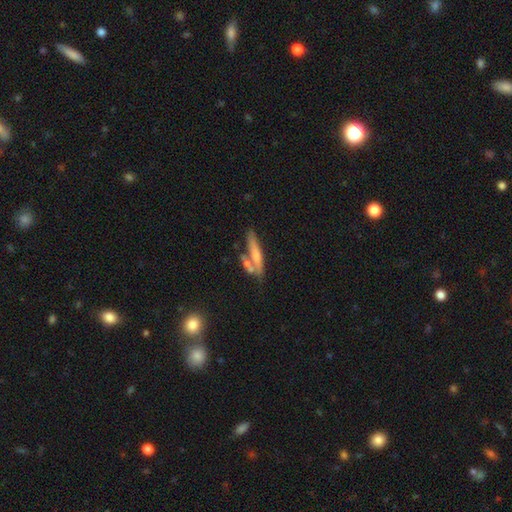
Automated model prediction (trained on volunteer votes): Overall: smooth (53%; featured or disk 39%). How rounded: cigar-shaped (80%). Merging: none (50%; merger 27%).